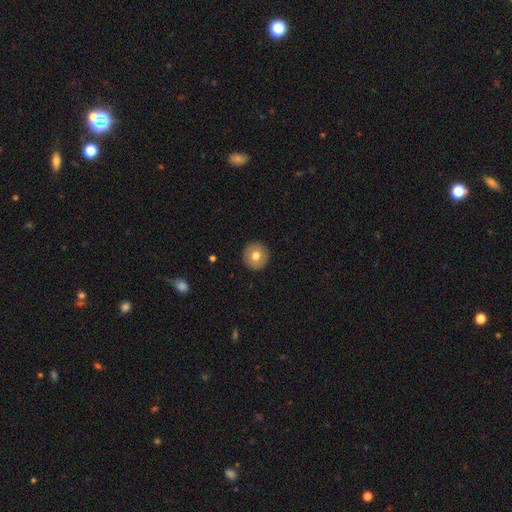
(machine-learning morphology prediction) Smooth or featured? smooth (73%)
How rounded? round (95%)
Merging? none (92%)